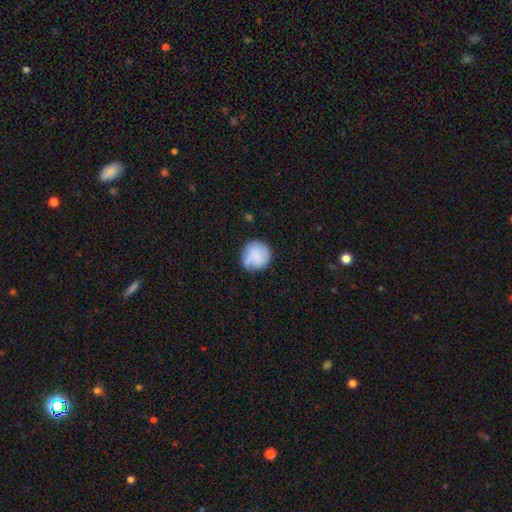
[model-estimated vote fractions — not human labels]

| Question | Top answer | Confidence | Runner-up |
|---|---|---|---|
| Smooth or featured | smooth | 67% | featured or disk (26%) |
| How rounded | round | 89% | in between (11%) |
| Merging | none | 68% | minor disturbance (22%) |